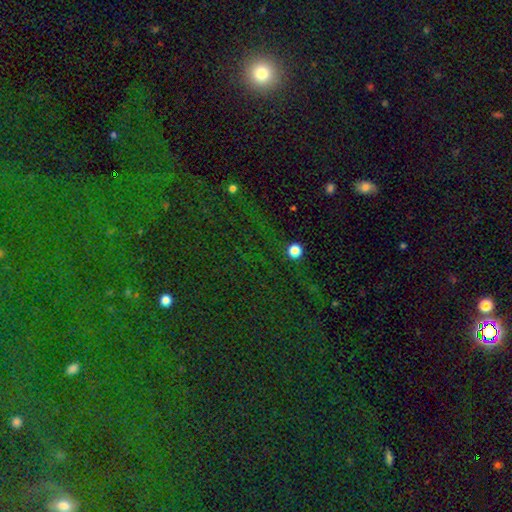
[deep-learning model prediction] Smooth or featured? Predicted: star or artifact (p=0.76).